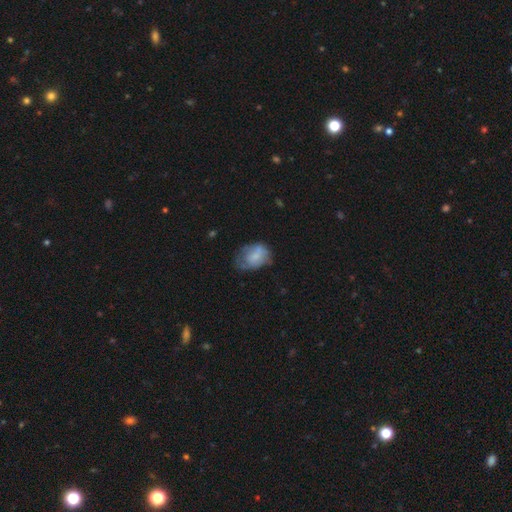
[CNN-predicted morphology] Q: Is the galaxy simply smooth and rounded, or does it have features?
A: smooth — 61%.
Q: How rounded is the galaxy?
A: in between — 72%.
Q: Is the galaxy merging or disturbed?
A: none — 41%.